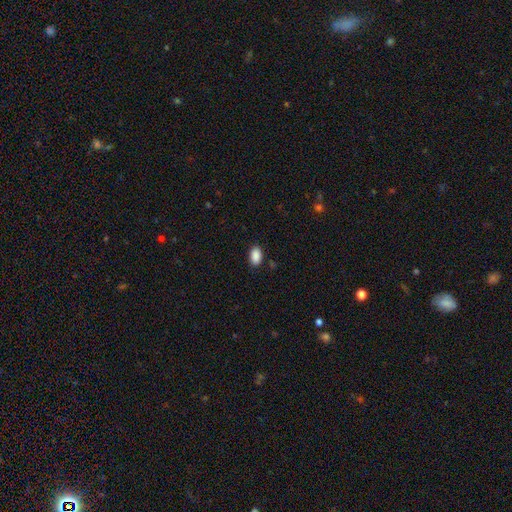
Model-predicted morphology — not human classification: This is clearly a smooth galaxy (89%). How rounded: clearly in between (91%). Merging: clearly none (87%).